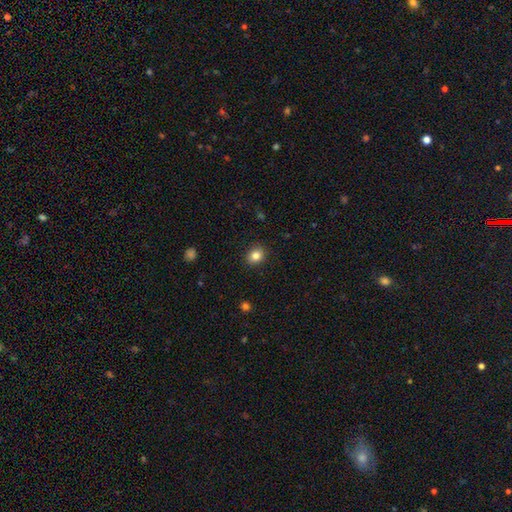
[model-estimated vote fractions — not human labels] smooth-or-featured: smooth: 84% | star or artifact: 10% | featured or disk: 6%
  how-rounded: round: 64% | in between: 35% | cigar-shaped: 1%
  merging: none: 89% | minor disturbance: 8% | major disturbance: 2% | merger: 1%